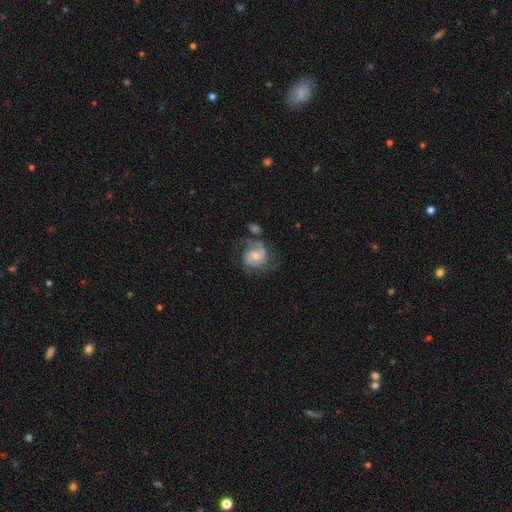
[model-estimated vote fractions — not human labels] Q: Smooth or featured?
A: featured or disk (81%); runner-up: smooth (13%)
Q: Edge-on disk?
A: no (98%); runner-up: yes (2%)
Q: Bar?
A: no (63%); runner-up: weak (31%)
Q: Spiral arms?
A: yes (94%); runner-up: no (6%)
Q: Spiral winding?
A: medium (47%); runner-up: tight (34%)
Q: Spiral arm count?
A: 2 (58%); runner-up: 3 (18%)
Q: Bulge size?
A: moderate (50%); runner-up: small (44%)
Q: Merging?
A: none (56%); runner-up: minor disturbance (20%)